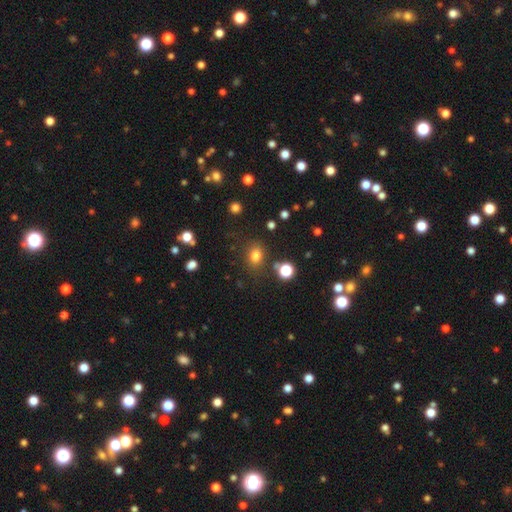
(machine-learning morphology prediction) The model was most divided on "how rounded": in between: 53%, round: 45%, cigar-shaped: 1%. More confident: merging — none (78%); smooth or featured — smooth (77%).